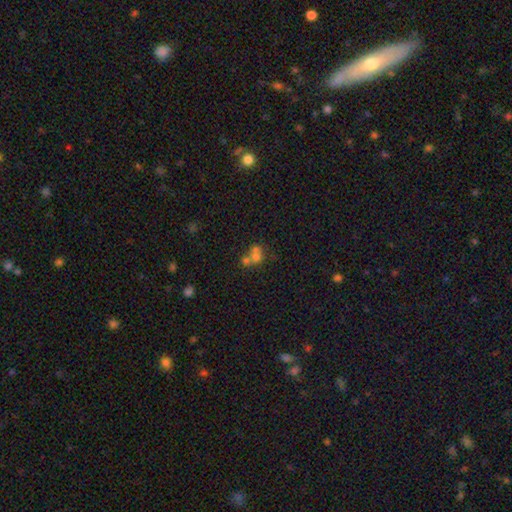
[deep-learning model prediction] Q: Smooth or featured?
A: smooth (62%); runner-up: featured or disk (22%)
Q: How rounded?
A: round (74%); runner-up: in between (25%)
Q: Merging?
A: merger (62%); runner-up: none (29%)